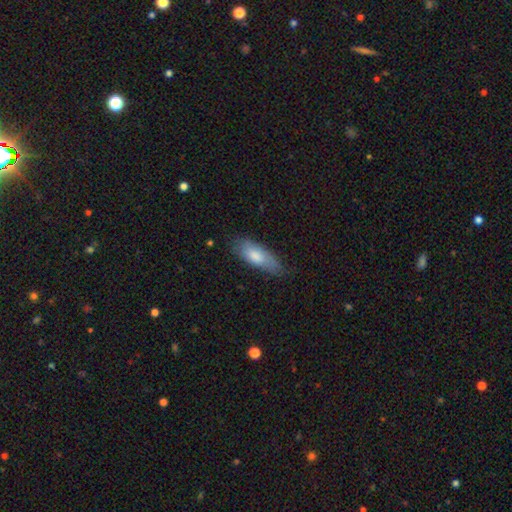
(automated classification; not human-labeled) Morphology: type=smooth (77%); roundness=in between (70%); merging=none (66%).